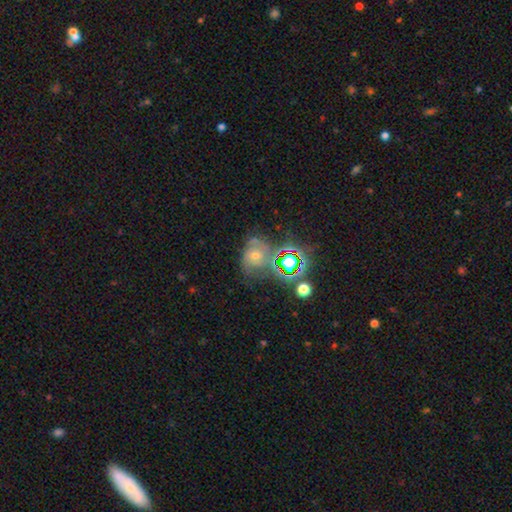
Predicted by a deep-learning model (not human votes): Overall: featured or disk (44%; star or artifact 34%). Merging: none (50%; minor disturbance 22%).